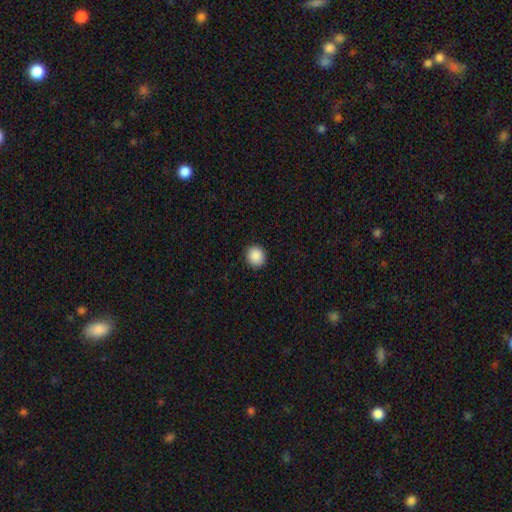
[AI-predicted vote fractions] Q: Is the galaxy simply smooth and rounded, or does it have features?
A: smooth — 89%.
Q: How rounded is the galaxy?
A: round — 85%.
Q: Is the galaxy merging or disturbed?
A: none — 91%.